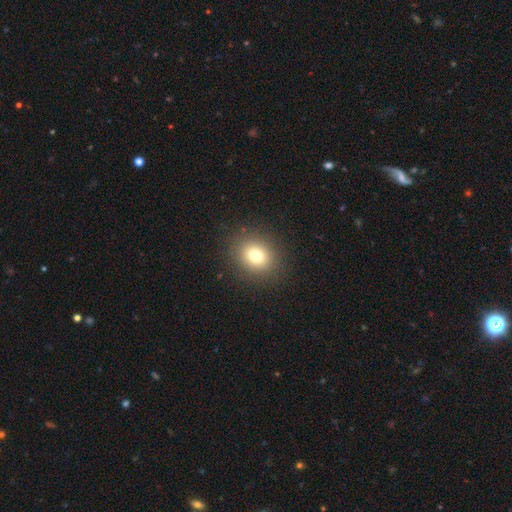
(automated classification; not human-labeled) Smooth or featured?
  - smooth: 77% *
  - star or artifact: 13%
  - featured or disk: 10%
How rounded?
  - round: 70% *
  - in between: 30%
  - cigar-shaped: 1%
Merging?
  - none: 89% *
  - minor disturbance: 7%
  - major disturbance: 3%
  - merger: 1%